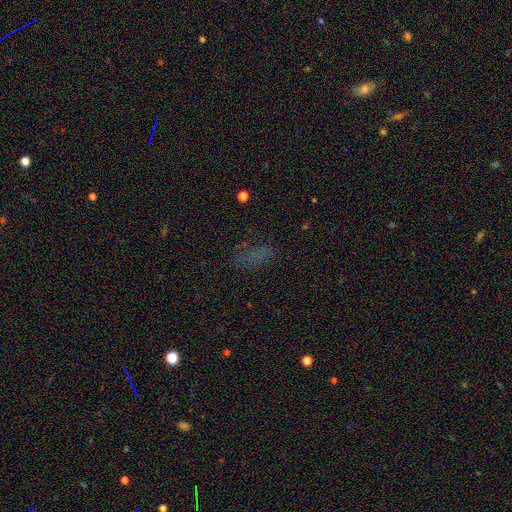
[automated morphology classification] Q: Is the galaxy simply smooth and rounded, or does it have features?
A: smooth — 56%.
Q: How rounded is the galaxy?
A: in between — 80%.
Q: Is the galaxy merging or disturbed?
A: none — 64%.